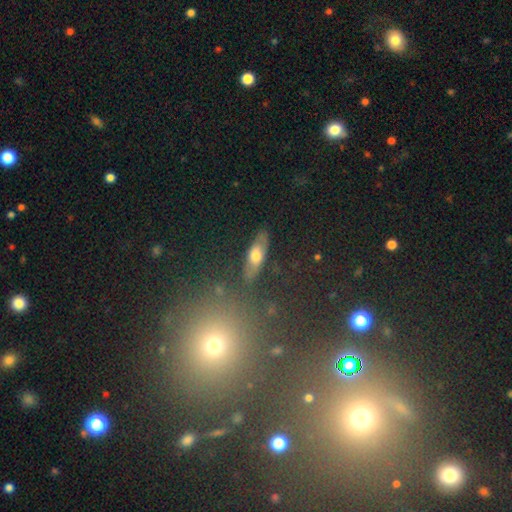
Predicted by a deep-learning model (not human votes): smooth-or-featured: smooth: 55% | featured or disk: 38% | star or artifact: 8%
  how-rounded: in between: 57% | cigar-shaped: 38% | round: 4%
  merging: none: 82% | minor disturbance: 13% | major disturbance: 3% | merger: 2%